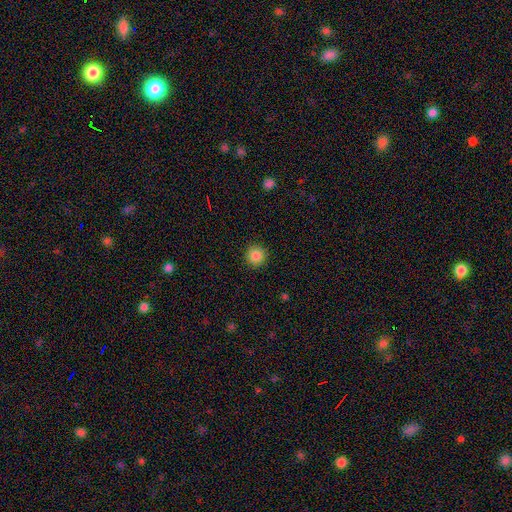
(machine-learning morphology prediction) Q: Smooth or featured?
A: smooth (85%); runner-up: star or artifact (10%)
Q: How rounded?
A: round (95%); runner-up: in between (4%)
Q: Merging?
A: none (92%); runner-up: minor disturbance (5%)